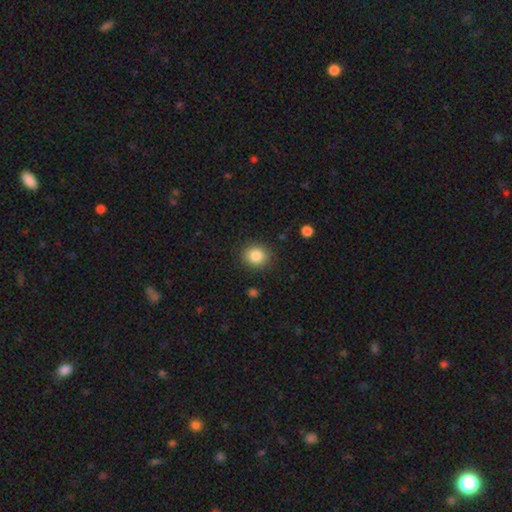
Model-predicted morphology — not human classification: Smooth or featured: smooth — 85% (star or artifact — 9%)
How rounded: round — 78% (in between — 21%)
Merging: none — 88% (minor disturbance — 8%)